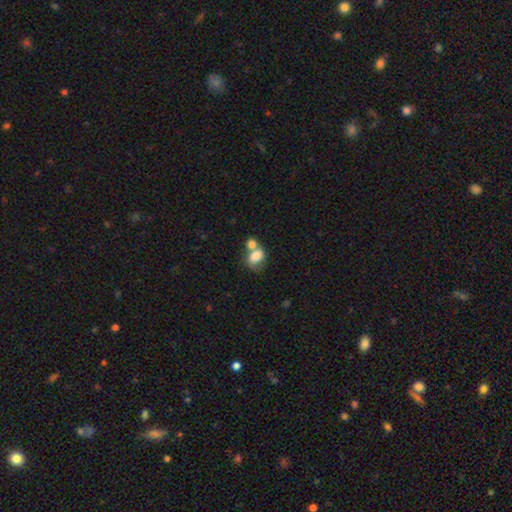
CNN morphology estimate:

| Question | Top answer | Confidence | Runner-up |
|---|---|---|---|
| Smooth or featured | smooth | 76% | featured or disk (15%) |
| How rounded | in between | 65% | round (34%) |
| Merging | merger | 57% | none (27%) |